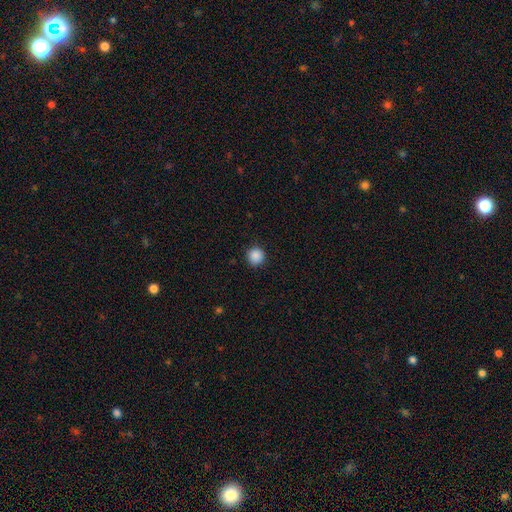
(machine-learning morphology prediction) Overall: smooth (88%). How rounded: round (95%). Merging: none (92%).